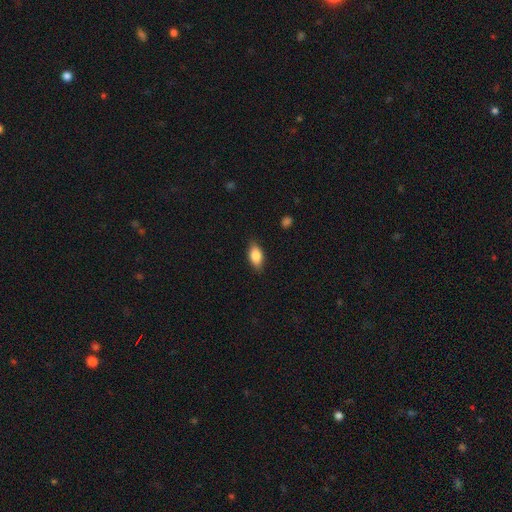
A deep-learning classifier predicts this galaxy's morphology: The model was most divided on "merging": none: 83%, minor disturbance: 13%, major disturbance: 3%, merger: 1%. More confident: how rounded — in between (88%); smooth or featured — smooth (81%).